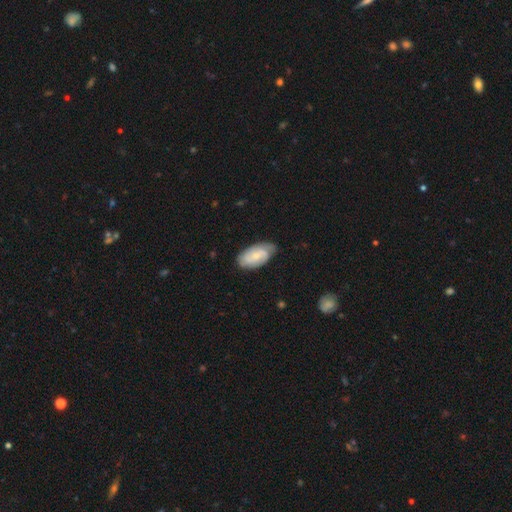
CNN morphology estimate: Smooth or featured? Predicted: featured or disk (p=0.54). Edge-on disk? Predicted: no (p=0.95). Bar? Predicted: no (p=0.58). Spiral arms? Predicted: yes (p=0.88). Bulge size? Predicted: small (p=0.65). Merging? Predicted: none (p=0.72).